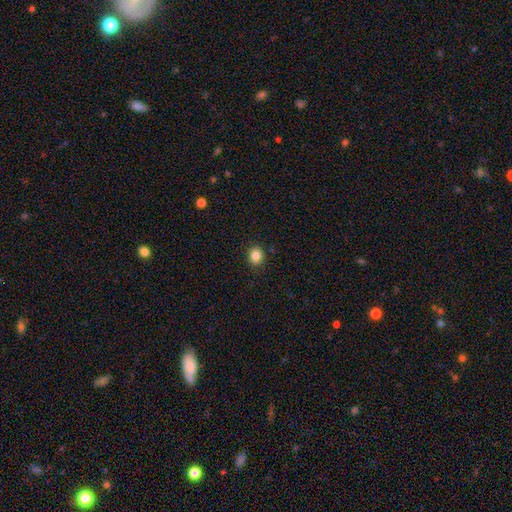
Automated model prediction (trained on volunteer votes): A smooth galaxy with no disk features (85%) that is round (69%). Merging: none (90%).